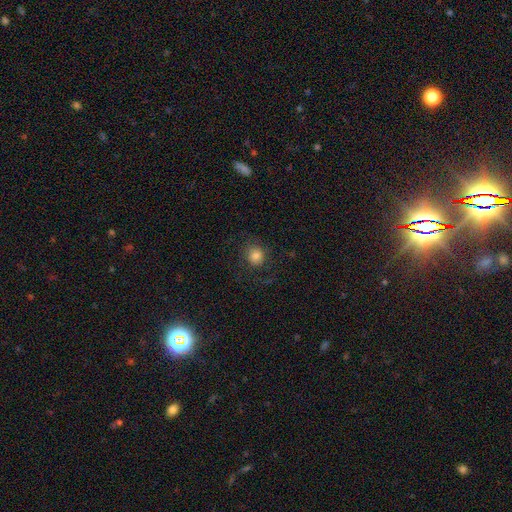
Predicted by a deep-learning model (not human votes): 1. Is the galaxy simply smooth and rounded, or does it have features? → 79% smooth, 11% featured or disk, 10% star or artifact.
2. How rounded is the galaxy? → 85% round, 14% in between, 1% cigar-shaped.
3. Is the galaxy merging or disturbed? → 74% none, 13% minor disturbance, 11% major disturbance, 1% merger.